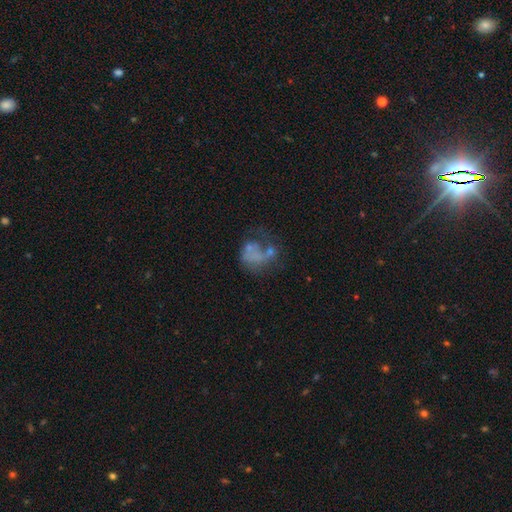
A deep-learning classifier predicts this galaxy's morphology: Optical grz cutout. It shows a featured or disk galaxy (45%). Merging: major disturbance (38%).